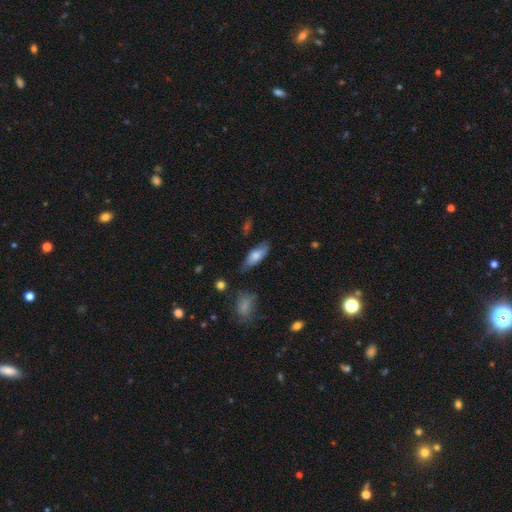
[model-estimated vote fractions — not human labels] Morphology: type=smooth (70%); roundness=in between (74%); merging=none (70%).